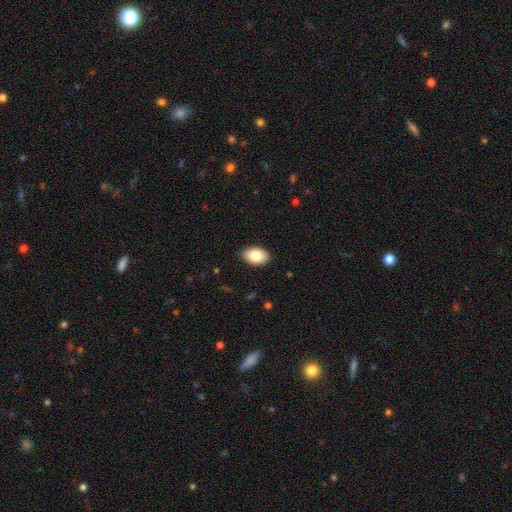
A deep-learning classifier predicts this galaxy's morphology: type=smooth (84%); roundness=in between (92%); merging=none (88%).